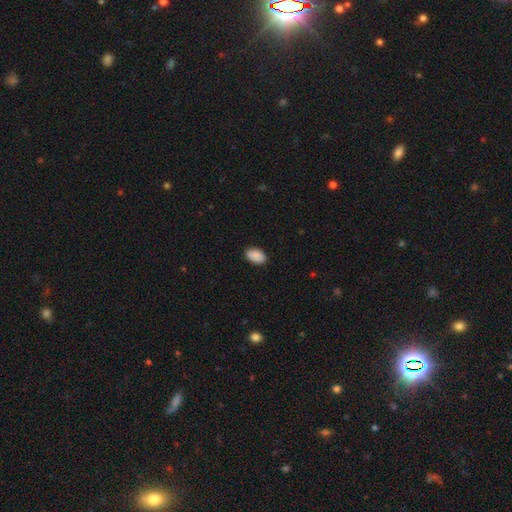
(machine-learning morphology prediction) type=smooth (88%); roundness=in between (93%); merging=none (86%).